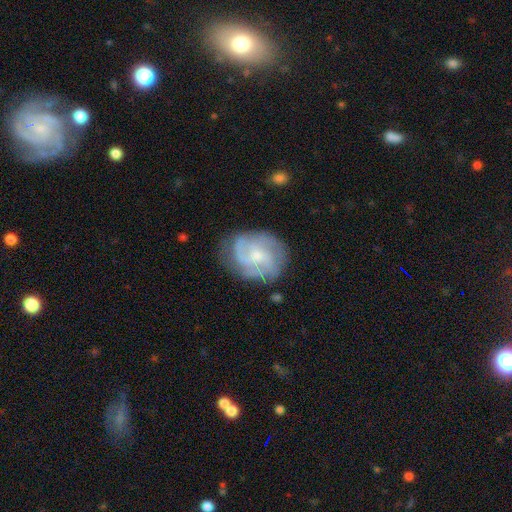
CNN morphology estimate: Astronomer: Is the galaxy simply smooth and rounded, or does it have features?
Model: featured or disk — 78%.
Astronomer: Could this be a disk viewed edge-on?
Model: no — 98%.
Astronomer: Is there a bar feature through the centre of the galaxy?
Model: no — 56% (runner-up: weak, 38%).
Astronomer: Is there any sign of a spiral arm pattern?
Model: yes — 93%.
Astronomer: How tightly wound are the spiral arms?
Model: medium — 45% (runner-up: tight, 39%).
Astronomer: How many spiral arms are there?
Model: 3 — 32% (runner-up: 2, 27%).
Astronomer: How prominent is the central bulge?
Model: small — 52% (runner-up: moderate, 40%).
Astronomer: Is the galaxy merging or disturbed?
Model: none — 71%.